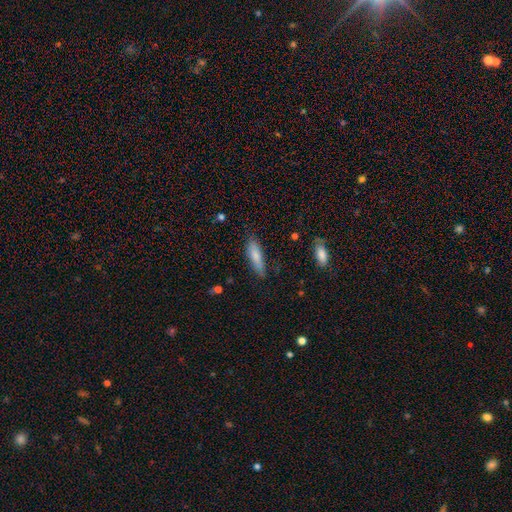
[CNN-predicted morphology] This appears to be a smooth galaxy with no disk features (77%) that is cigar-shaped (63%). Merging: none (77%).